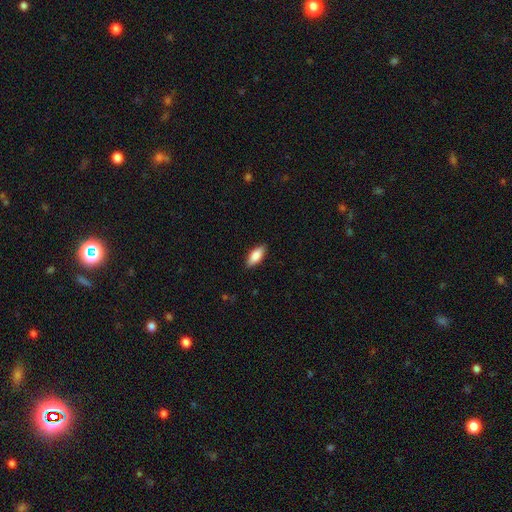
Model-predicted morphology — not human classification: Smooth or featured: smooth — 85% (featured or disk — 9%)
How rounded: in between — 82% (cigar-shaped — 16%)
Merging: none — 88% (minor disturbance — 9%)